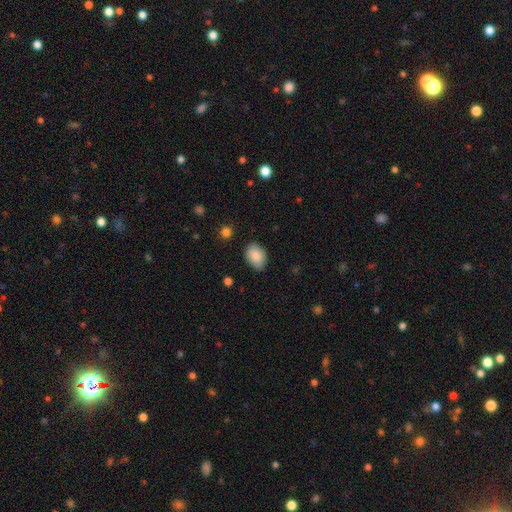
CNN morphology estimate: Smooth or featured: smooth — 87% (star or artifact — 7%)
How rounded: in between — 79% (round — 20%)
Merging: none — 78% (minor disturbance — 18%)